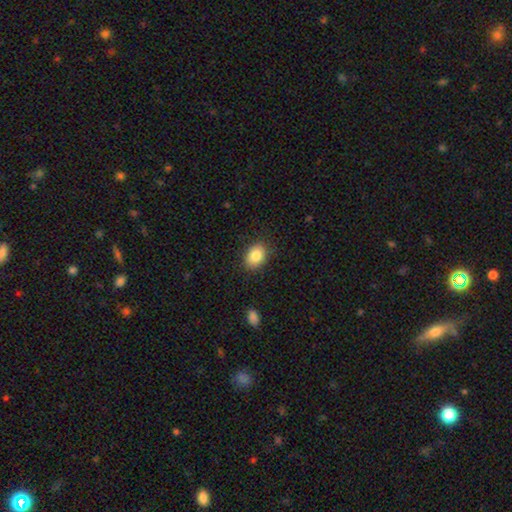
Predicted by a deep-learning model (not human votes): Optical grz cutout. It shows a smooth galaxy with no disk features (85%) that is in between round and cigar-shaped (76%). Merging: none (85%).